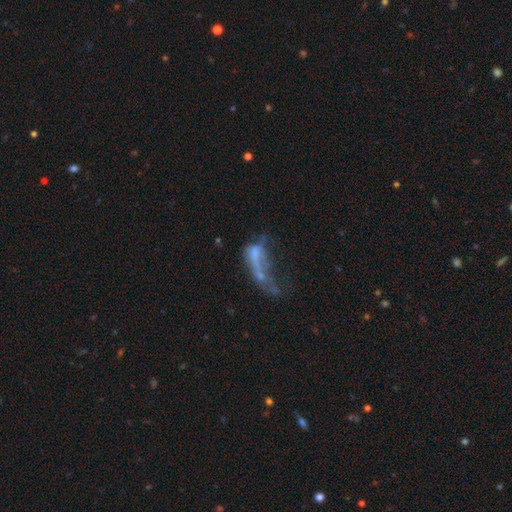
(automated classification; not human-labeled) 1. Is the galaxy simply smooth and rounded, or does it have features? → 42% featured or disk, 41% smooth, 17% star or artifact.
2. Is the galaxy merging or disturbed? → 48% major disturbance, 24% merger, 17% none, 12% minor disturbance.